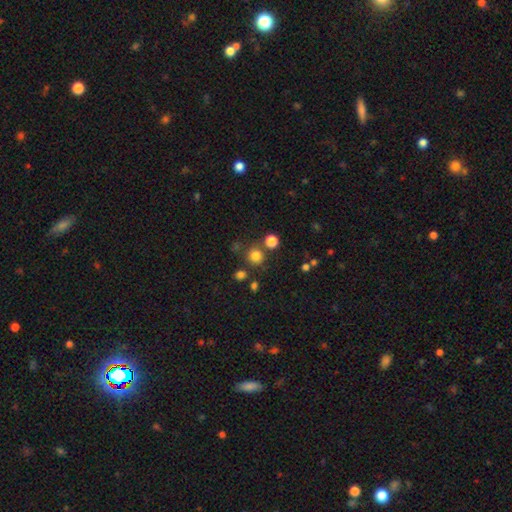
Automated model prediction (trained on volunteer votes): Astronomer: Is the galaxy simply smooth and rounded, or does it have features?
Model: smooth — 78%.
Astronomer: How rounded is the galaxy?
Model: round — 92%.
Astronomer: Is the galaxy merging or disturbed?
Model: none — 76%.